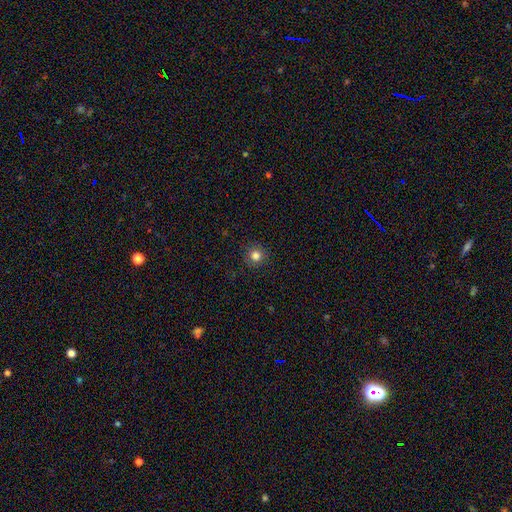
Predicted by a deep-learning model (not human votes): A smooth galaxy with no disk features (82%) that is round (95%). Merging: none (91%).